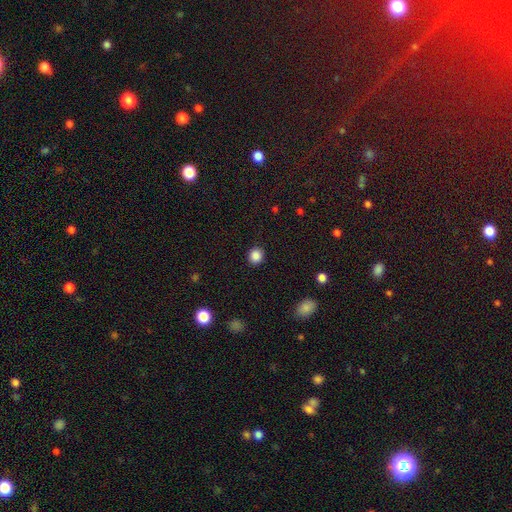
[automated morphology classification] Smooth or featured?
  - smooth: 86% *
  - star or artifact: 11%
  - featured or disk: 3%
How rounded?
  - round: 84% *
  - in between: 15%
  - cigar-shaped: 1%
Merging?
  - none: 91% *
  - minor disturbance: 6%
  - major disturbance: 2%
  - merger: 1%